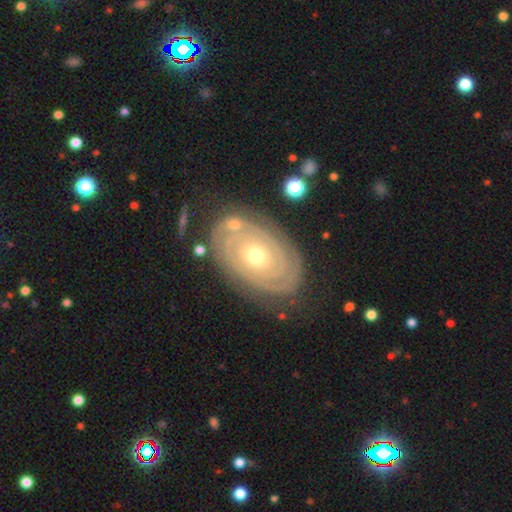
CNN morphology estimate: featured or disk 87%, smooth 8%, star or artifact 5%. Down the decision tree: edge-on disk — no (96%); bar — no (81%); spiral arms — yes (93%); spiral arm count — 2 (49%); spiral winding — tight (87%); bulge size — moderate (60%); merging — none (79%).